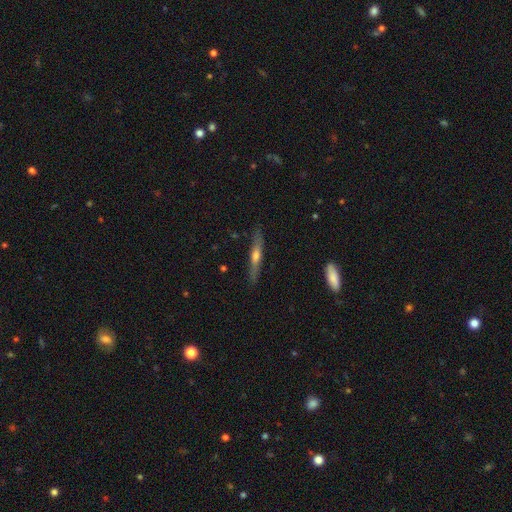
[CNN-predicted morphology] The model was most divided on "smooth or featured": featured or disk: 60%, smooth: 34%, star or artifact: 6%. More confident: edge-on disk — yes (94%); merging — none (87%); edge-on bulge — rounded (80%).